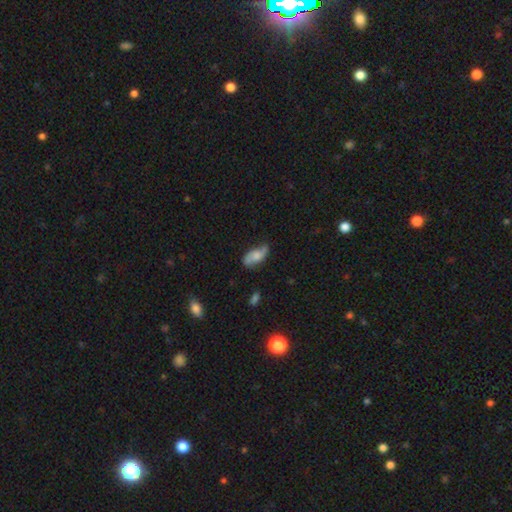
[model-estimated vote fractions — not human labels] This appears to be a featured or disk galaxy (52%). Merging: none (66%).